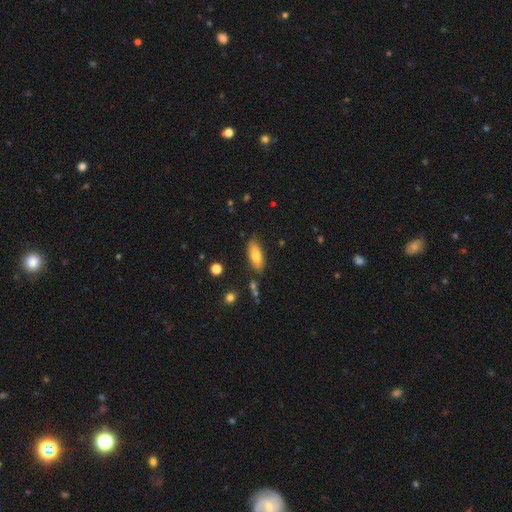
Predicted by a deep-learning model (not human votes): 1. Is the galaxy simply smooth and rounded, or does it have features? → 74% smooth, 19% featured or disk, 7% star or artifact.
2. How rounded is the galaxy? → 72% in between, 25% cigar-shaped, 3% round.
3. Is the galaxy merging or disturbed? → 82% none, 12% minor disturbance, 3% merger, 3% major disturbance.